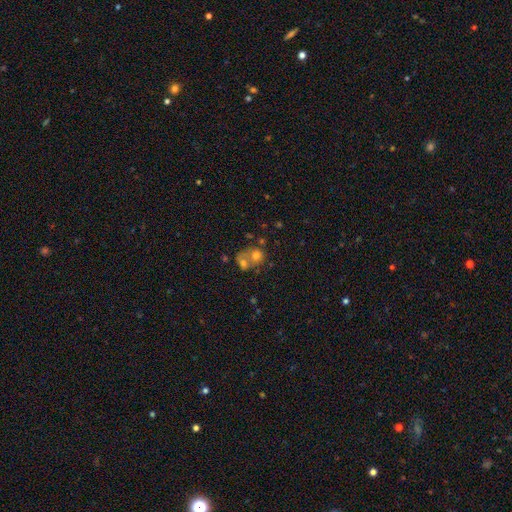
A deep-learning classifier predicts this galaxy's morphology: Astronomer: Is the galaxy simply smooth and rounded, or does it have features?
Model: smooth — 59%.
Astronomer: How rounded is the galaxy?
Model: round — 65%.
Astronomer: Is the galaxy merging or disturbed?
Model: merger — 61%.